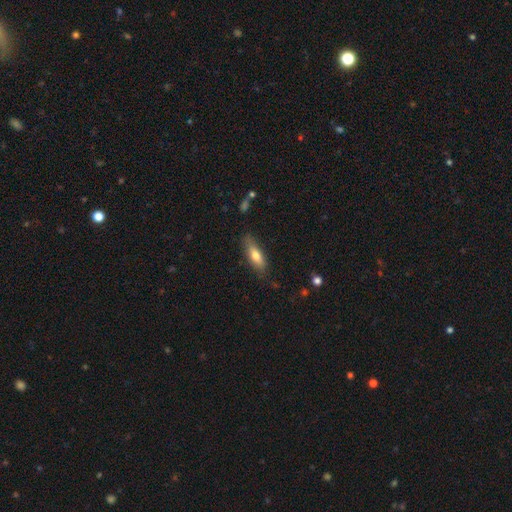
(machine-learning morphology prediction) The model was most divided on "how rounded": in between: 53%, cigar-shaped: 44%, round: 2%. More confident: merging — none (78%); smooth or featured — smooth (69%).